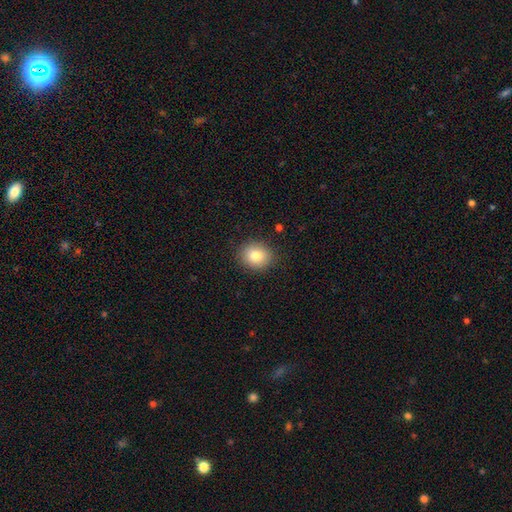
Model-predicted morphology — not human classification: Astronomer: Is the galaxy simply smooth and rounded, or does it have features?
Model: smooth — 81%.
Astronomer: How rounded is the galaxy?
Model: round — 72%.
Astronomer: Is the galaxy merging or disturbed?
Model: none — 88%.